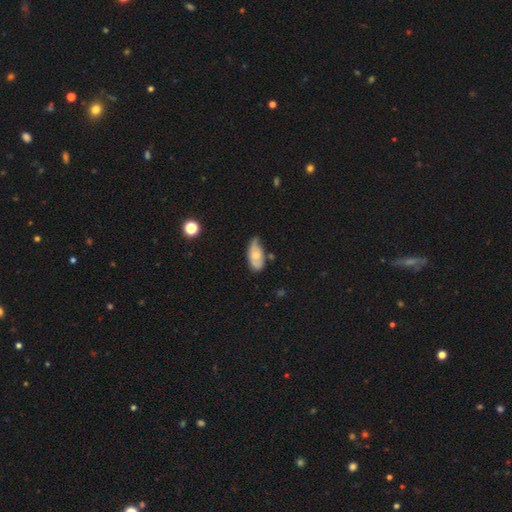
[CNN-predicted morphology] Smooth or featured: smooth — 57% (featured or disk — 36%)
How rounded: in between — 90% (cigar-shaped — 6%)
Merging: minor disturbance — 44% (none — 37%)